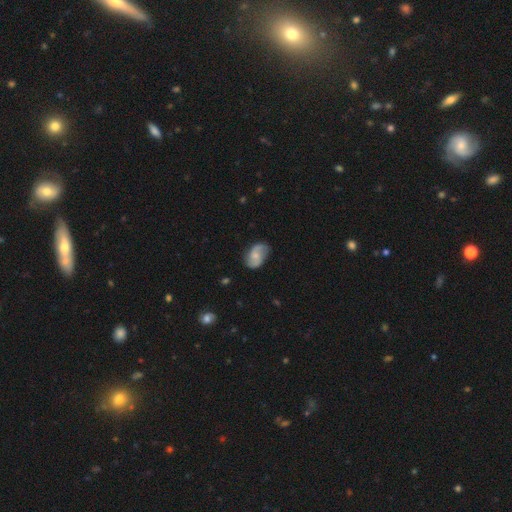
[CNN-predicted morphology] Smooth or featured?
  - featured or disk: 59% *
  - smooth: 34%
  - star or artifact: 7%
Edge-on disk?
  - no: 96% *
  - yes: 4%
Bar?
  - no: 58% *
  - weak: 36%
  - strong: 6%
Spiral arms?
  - yes: 89% *
  - no: 11%
Spiral winding?
  - loose: 50% *
  - medium: 36%
  - tight: 14%
Spiral arm count?
  - 2: 84% *
  - can't tell: 8%
  - 1: 4%
  - 3: 1%
  - 4: 1%
  - more than 4: 1%
Bulge size?
  - small: 49% *
  - moderate: 35%
  - none: 12%
  - large: 2%
  - dominant: 1%
Merging?
  - none: 69% *
  - minor disturbance: 23%
  - major disturbance: 6%
  - merger: 2%